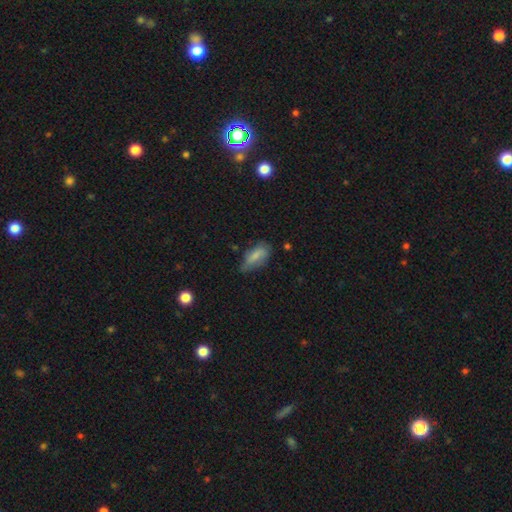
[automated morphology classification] Smooth or featured?
  - smooth: 74% *
  - featured or disk: 18%
  - star or artifact: 7%
How rounded?
  - in between: 84% *
  - cigar-shaped: 13%
  - round: 3%
Merging?
  - none: 52% *
  - minor disturbance: 37%
  - major disturbance: 9%
  - merger: 2%